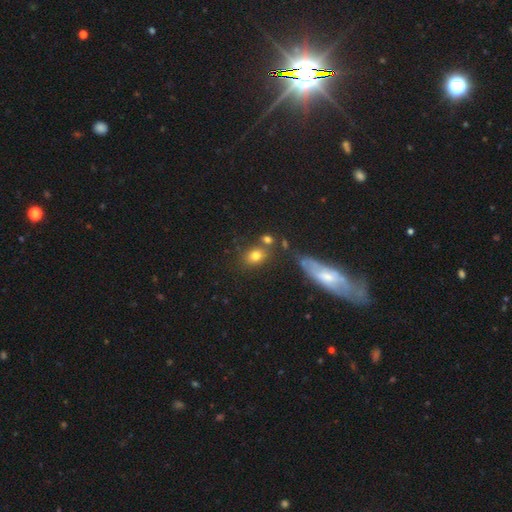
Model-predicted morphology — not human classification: smooth-or-featured: smooth: 76% | star or artifact: 12% | featured or disk: 12%
  how-rounded: in between: 56% | round: 41% | cigar-shaped: 3%
  merging: none: 66% | merger: 14% | minor disturbance: 14% | major disturbance: 6%